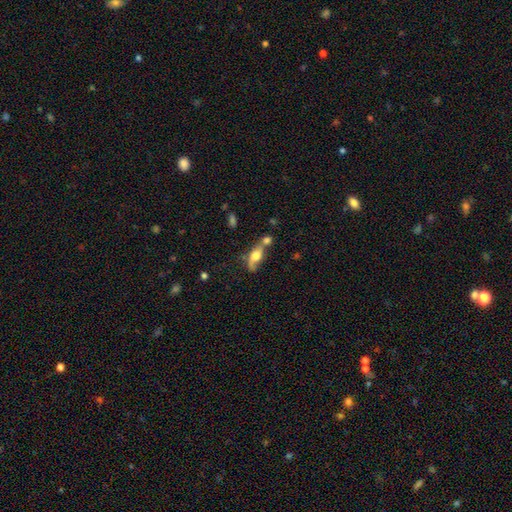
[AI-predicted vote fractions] smooth-or-featured: smooth: 51% | featured or disk: 40% | star or artifact: 9%
  how-rounded: in between: 68% | cigar-shaped: 23% | round: 9%
  merging: merger: 38% | none: 31% | minor disturbance: 17% | major disturbance: 14%